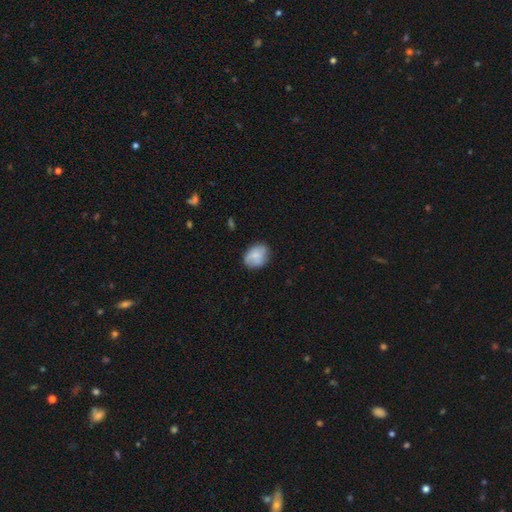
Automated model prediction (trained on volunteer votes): Smooth or featured? Predicted: smooth (p=0.73). How rounded? Predicted: in between (p=0.62). Merging? Predicted: none (p=0.68).